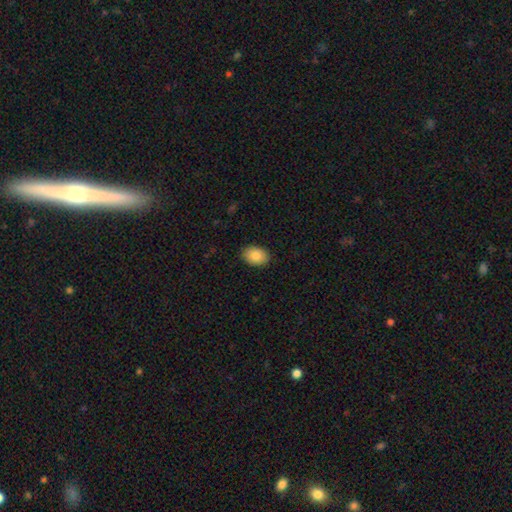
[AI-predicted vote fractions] smooth-or-featured: smooth: 87% | star or artifact: 7% | featured or disk: 6%
  how-rounded: in between: 84% | round: 15% | cigar-shaped: 1%
  merging: none: 90% | minor disturbance: 8% | major disturbance: 2% | merger: 1%